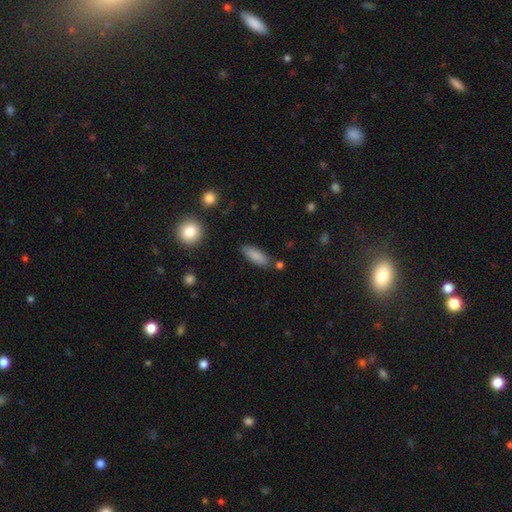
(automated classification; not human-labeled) Q: Smooth or featured?
A: smooth (86%); runner-up: featured or disk (7%)
Q: How rounded?
A: in between (69%); runner-up: cigar-shaped (28%)
Q: Merging?
A: none (80%); runner-up: minor disturbance (12%)